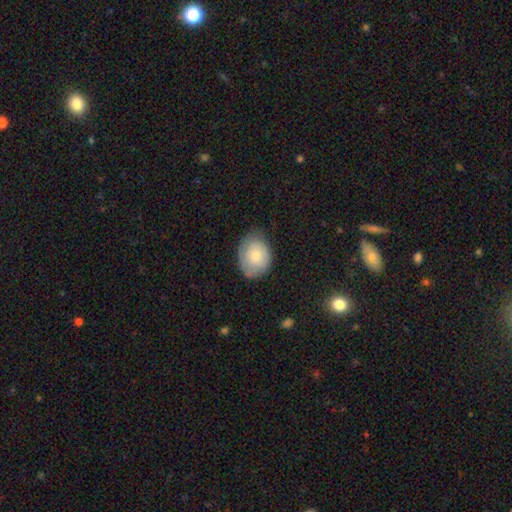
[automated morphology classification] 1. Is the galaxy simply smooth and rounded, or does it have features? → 75% smooth, 18% featured or disk, 7% star or artifact.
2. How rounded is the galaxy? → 57% in between, 42% round, 1% cigar-shaped.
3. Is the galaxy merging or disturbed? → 63% none, 29% minor disturbance, 6% major disturbance, 1% merger.